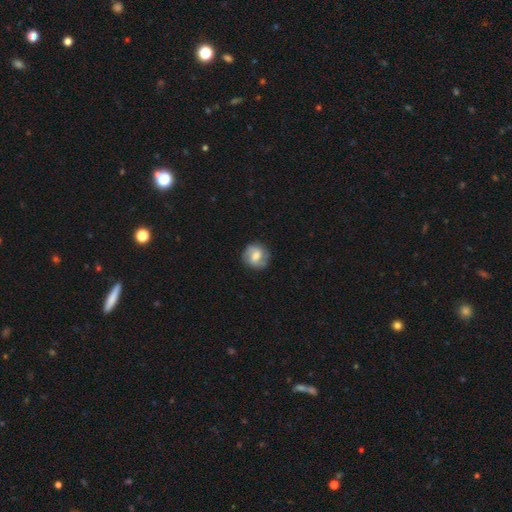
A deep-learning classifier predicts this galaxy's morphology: smooth 49%, featured or disk 43%, star or artifact 7%. Down the decision tree: merging — none (80%).